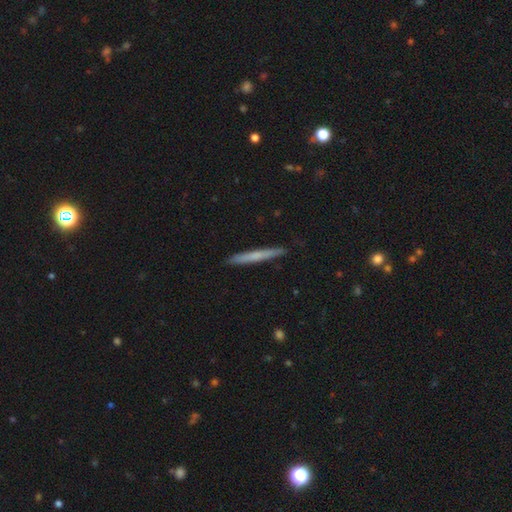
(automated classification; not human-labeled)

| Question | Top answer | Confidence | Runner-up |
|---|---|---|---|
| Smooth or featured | smooth | 59% | featured or disk (36%) |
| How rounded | cigar-shaped | 97% | in between (2%) |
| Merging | none | 91% | minor disturbance (7%) |